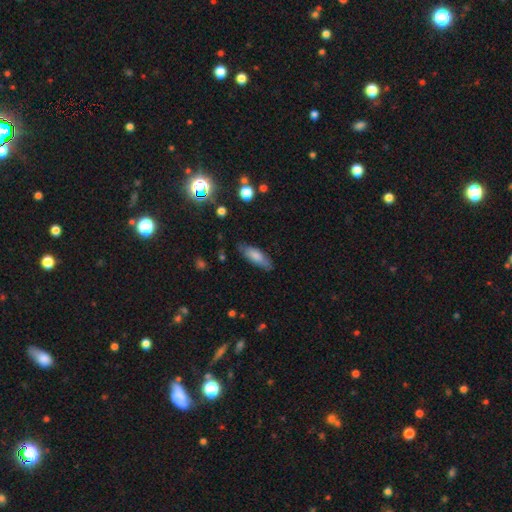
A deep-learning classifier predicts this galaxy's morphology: Smooth or featured? Predicted: smooth (p=0.74). How rounded? Predicted: in between (p=0.63). Merging? Predicted: none (p=0.79).